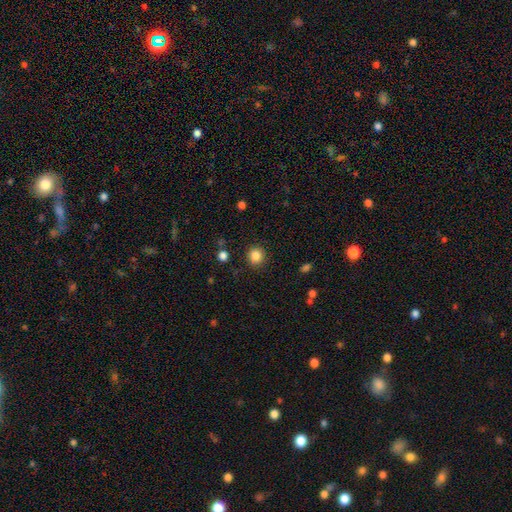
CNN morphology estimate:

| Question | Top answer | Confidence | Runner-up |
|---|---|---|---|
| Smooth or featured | smooth | 85% | star or artifact (11%) |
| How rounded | round | 91% | in between (9%) |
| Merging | none | 89% | minor disturbance (7%) |